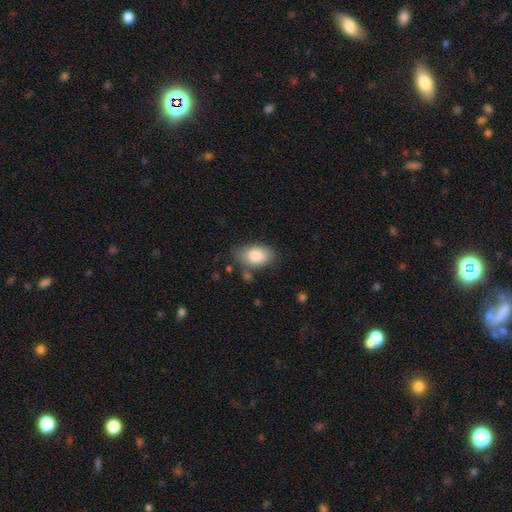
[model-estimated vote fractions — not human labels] Q: Smooth or featured?
A: smooth (83%); runner-up: featured or disk (11%)
Q: How rounded?
A: in between (90%); runner-up: round (9%)
Q: Merging?
A: none (71%); runner-up: minor disturbance (19%)